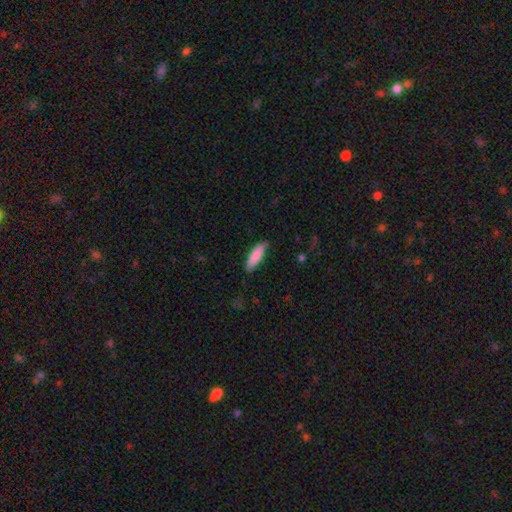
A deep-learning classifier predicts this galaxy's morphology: smooth 87%, featured or disk 7%, star or artifact 6%. Down the decision tree: how rounded — in between (54%); merging — none (78%).